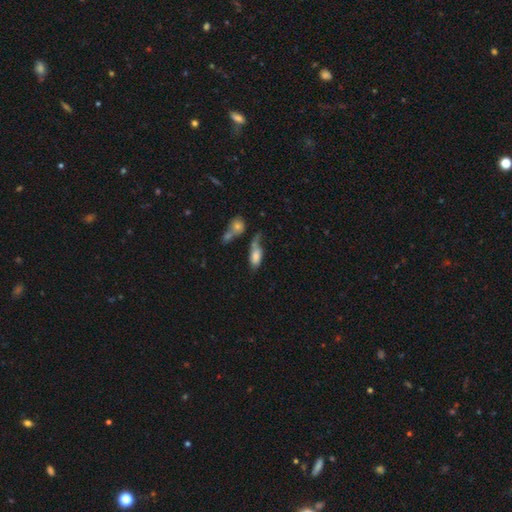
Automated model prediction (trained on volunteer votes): Smooth or featured: smooth — 72% (featured or disk — 20%)
How rounded: in between — 83% (cigar-shaped — 13%)
Merging: merger — 27% (tied with none — 27%)